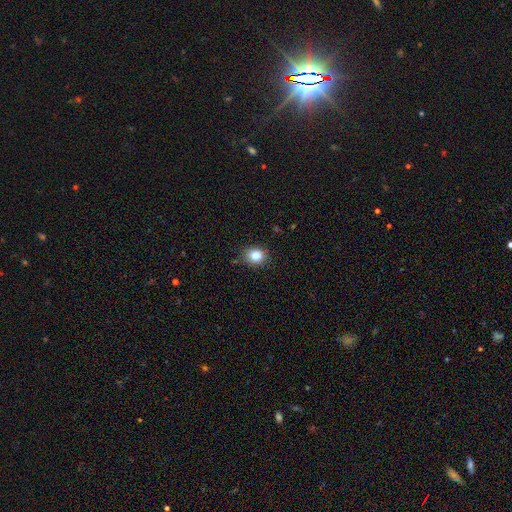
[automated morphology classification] smooth_or_featured: smooth (p=0.82) [alt: star or artifact p=0.11]
how_rounded: round (p=0.66) [alt: in between p=0.33]
merging: none (p=0.86) [alt: minor disturbance p=0.10]